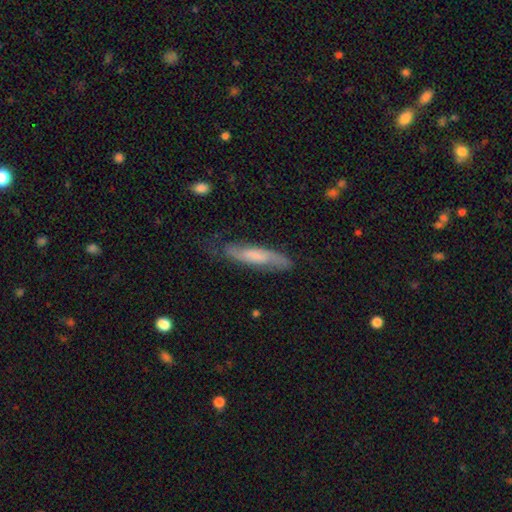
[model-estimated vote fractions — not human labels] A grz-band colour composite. It shows a featured or disk galaxy (50%). Merging: none (66%).